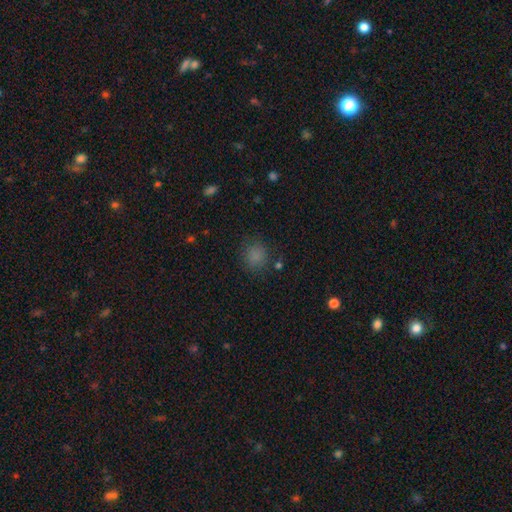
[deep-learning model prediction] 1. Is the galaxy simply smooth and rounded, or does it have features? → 81% smooth, 14% star or artifact, 5% featured or disk.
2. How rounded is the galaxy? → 81% round, 18% in between, 1% cigar-shaped.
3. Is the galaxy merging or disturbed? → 80% none, 13% minor disturbance, 5% major disturbance, 2% merger.